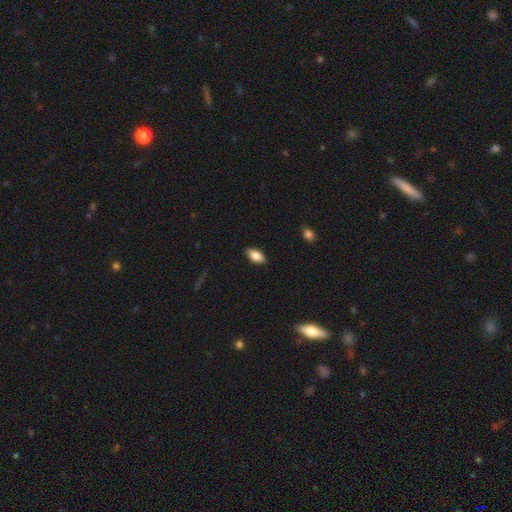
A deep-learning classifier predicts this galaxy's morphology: Smooth or featured? smooth (82%)
How rounded? in between (89%)
Merging? none (88%)